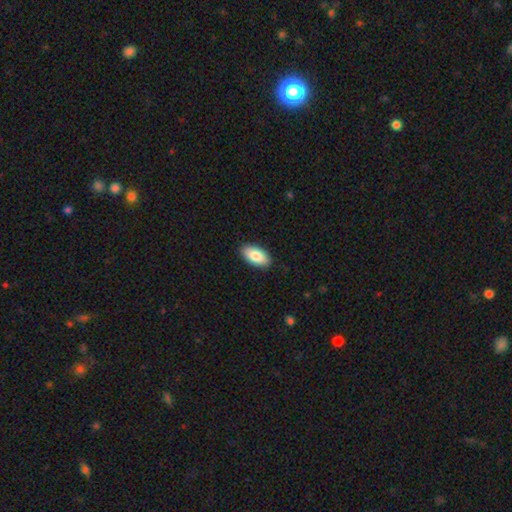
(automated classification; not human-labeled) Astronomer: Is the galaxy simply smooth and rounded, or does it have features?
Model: smooth — 86%.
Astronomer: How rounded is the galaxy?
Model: in between — 95%.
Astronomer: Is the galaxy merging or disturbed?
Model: none — 89%.